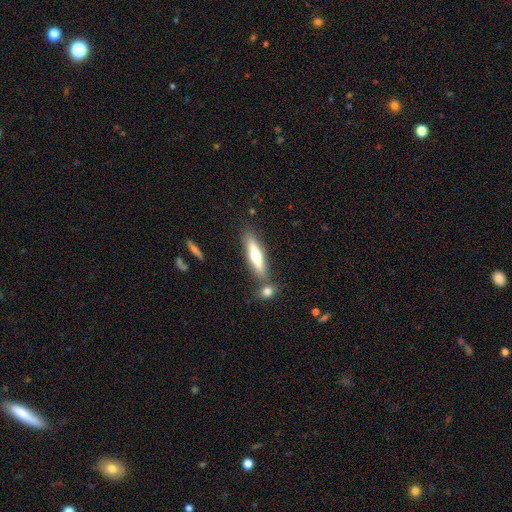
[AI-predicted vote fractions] Q: Smooth or featured?
A: featured or disk (49%); runner-up: smooth (45%)
Q: Merging?
A: none (73%); runner-up: merger (14%)